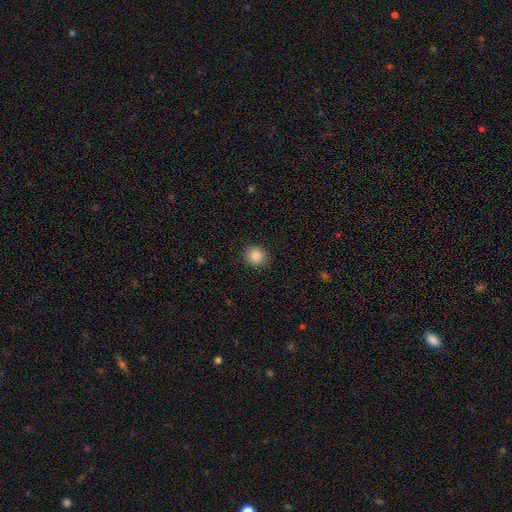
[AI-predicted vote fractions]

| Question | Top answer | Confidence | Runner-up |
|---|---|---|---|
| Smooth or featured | smooth | 86% | star or artifact (9%) |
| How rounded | round | 72% | in between (27%) |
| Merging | none | 90% | minor disturbance (7%) |